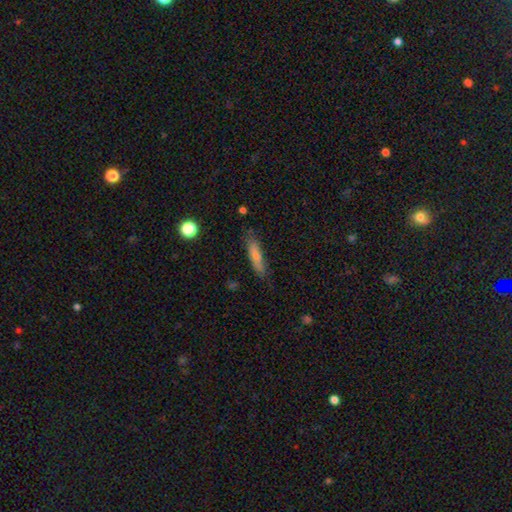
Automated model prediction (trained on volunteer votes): smooth-or-featured: smooth: 60% | featured or disk: 32% | star or artifact: 8%
  how-rounded: cigar-shaped: 76% | in between: 21% | round: 2%
  merging: none: 78% | minor disturbance: 16% | major disturbance: 3% | merger: 2%